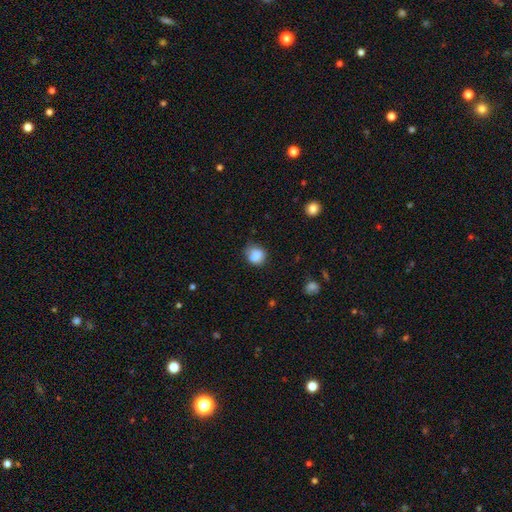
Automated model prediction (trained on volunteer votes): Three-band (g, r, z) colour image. It shows a smooth galaxy with no disk features (79%) that is round (69%). Merging: none (52%).